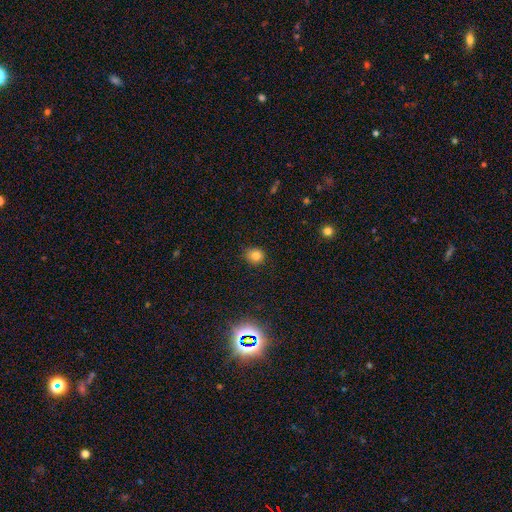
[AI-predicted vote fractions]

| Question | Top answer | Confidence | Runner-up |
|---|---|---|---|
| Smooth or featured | smooth | 80% | star or artifact (14%) |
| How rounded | round | 79% | in between (20%) |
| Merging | none | 85% | minor disturbance (11%) |